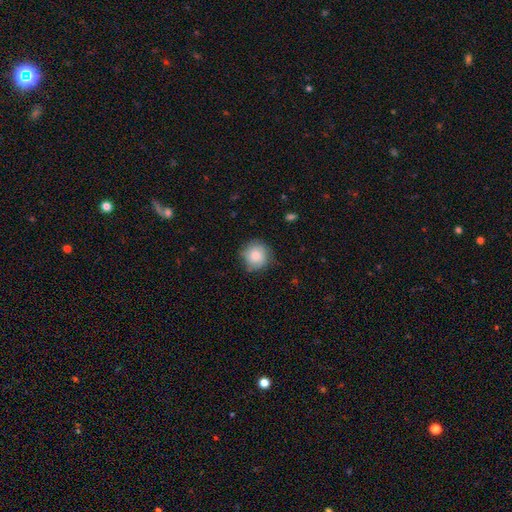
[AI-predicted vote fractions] Smooth or featured? Predicted: smooth (p=0.82). How rounded? Predicted: round (p=0.93). Merging? Predicted: none (p=0.76).